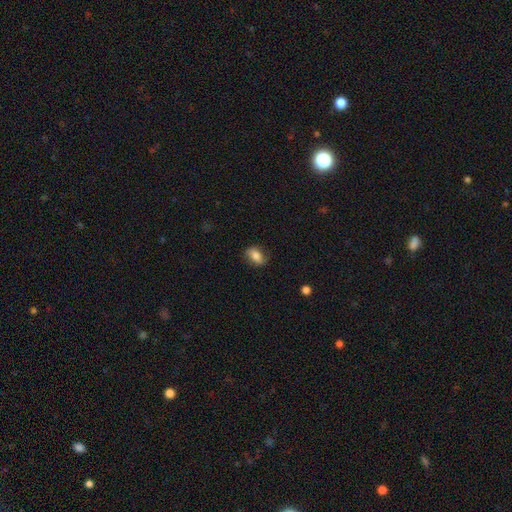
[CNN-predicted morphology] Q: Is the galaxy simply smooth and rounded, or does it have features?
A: smooth — 66%.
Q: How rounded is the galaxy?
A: in between — 80%.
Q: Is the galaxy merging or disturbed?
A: none — 75%.